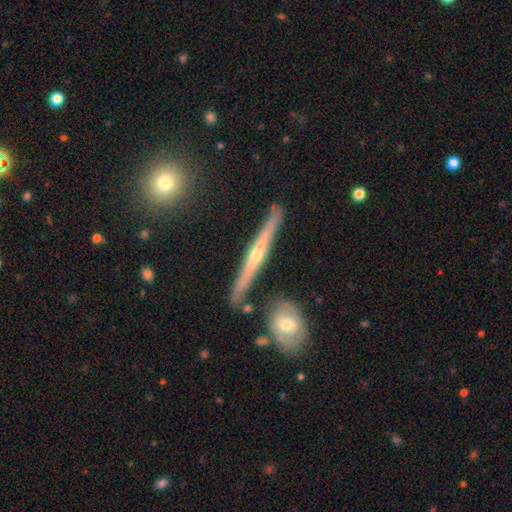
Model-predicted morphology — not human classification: Smooth or featured?
  - featured or disk: 69% *
  - smooth: 24%
  - star or artifact: 7%
Edge-on disk?
  - yes: 96% *
  - no: 4%
Edge-on bulge?
  - rounded: 65% *
  - none: 28%
  - boxy: 7%
Merging?
  - none: 84% *
  - minor disturbance: 10%
  - merger: 4%
  - major disturbance: 2%